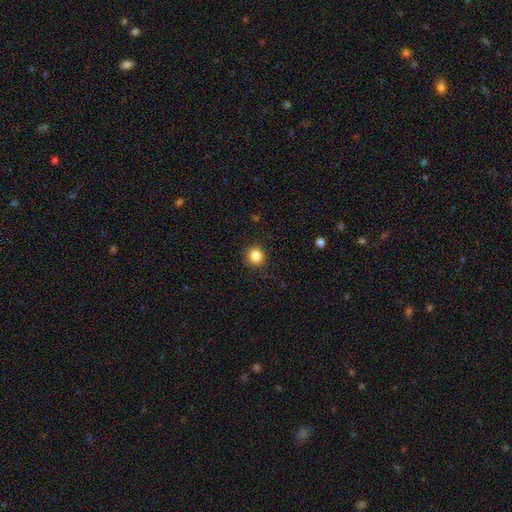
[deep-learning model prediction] A smooth galaxy with no disk features (85%) that is round (89%). Merging: none (88%).